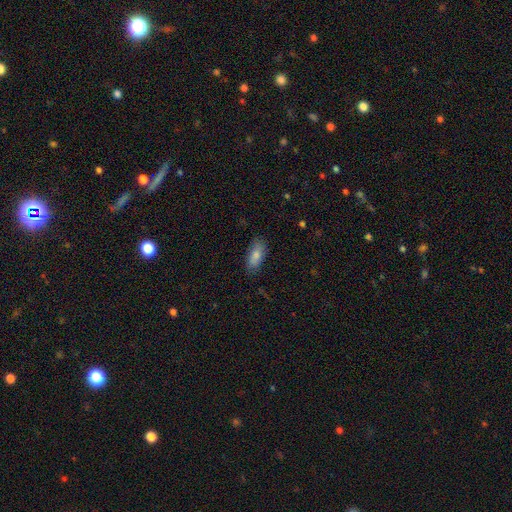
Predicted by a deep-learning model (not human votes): smooth-or-featured: smooth: 81% | featured or disk: 12% | star or artifact: 7%
  how-rounded: in between: 84% | cigar-shaped: 14% | round: 2%
  merging: none: 81% | minor disturbance: 15% | major disturbance: 3% | merger: 1%